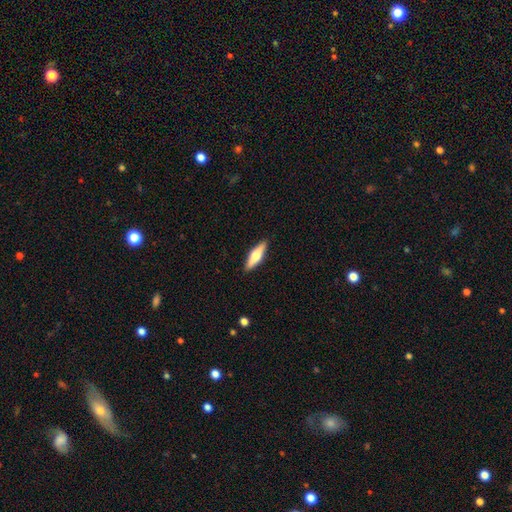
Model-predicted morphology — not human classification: Smooth or featured: smooth — 55% (featured or disk — 39%)
How rounded: cigar-shaped — 59% (in between — 39%)
Merging: none — 90% (minor disturbance — 8%)